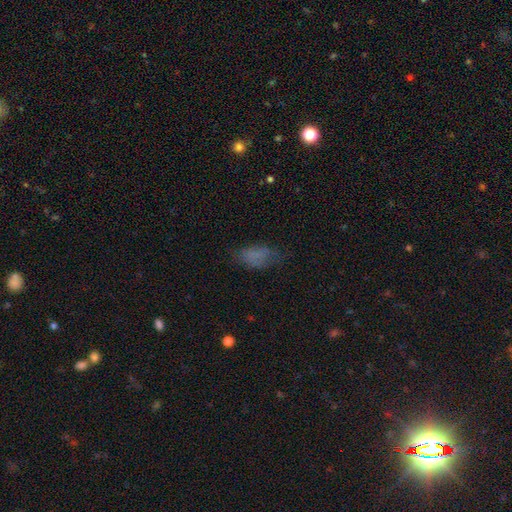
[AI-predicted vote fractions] Smooth or featured? Predicted: smooth (p=0.70). How rounded? Predicted: in between (p=0.89). Merging? Predicted: none (p=0.54).